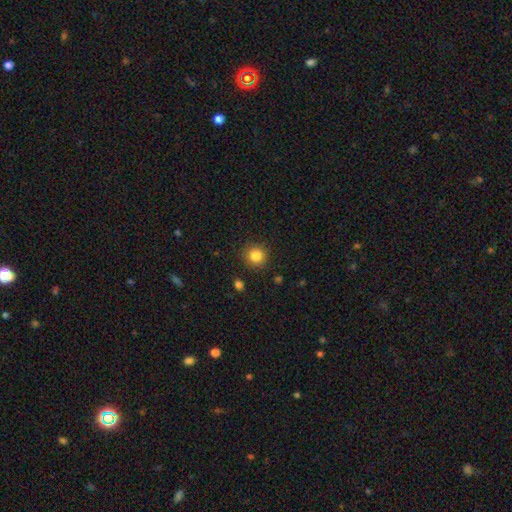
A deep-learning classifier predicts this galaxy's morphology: A smooth galaxy with no disk features (85%) that is round (92%). Merging: none (89%).